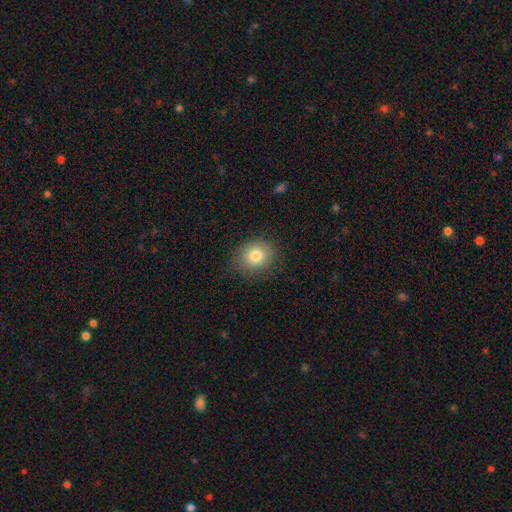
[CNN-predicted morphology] Smooth or featured?
  - smooth: 80% *
  - star or artifact: 10%
  - featured or disk: 10%
How rounded?
  - round: 72% *
  - in between: 27%
  - cigar-shaped: 1%
Merging?
  - none: 83% *
  - minor disturbance: 12%
  - major disturbance: 4%
  - merger: 1%